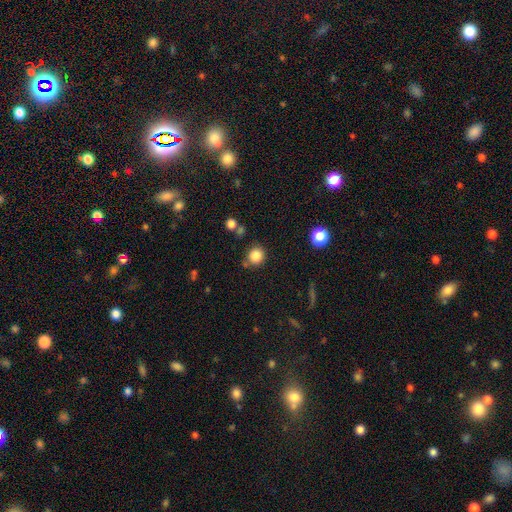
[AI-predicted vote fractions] Morphology: type=smooth (84%); roundness=round (89%); merging=none (77%).